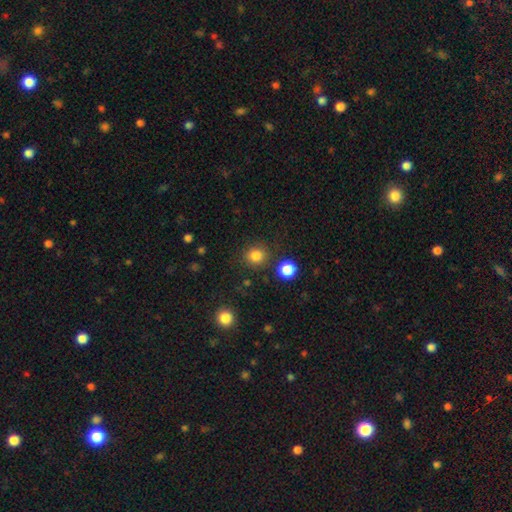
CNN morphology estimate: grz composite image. It shows a smooth galaxy with no disk features (83%) that is round (89%). Merging: none (86%).